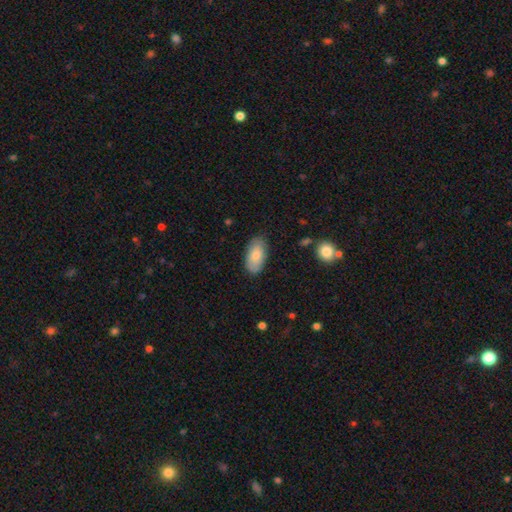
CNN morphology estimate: This appears to be a smooth galaxy with no disk features (79%) that is in between round and cigar-shaped (94%). Merging: none (81%).